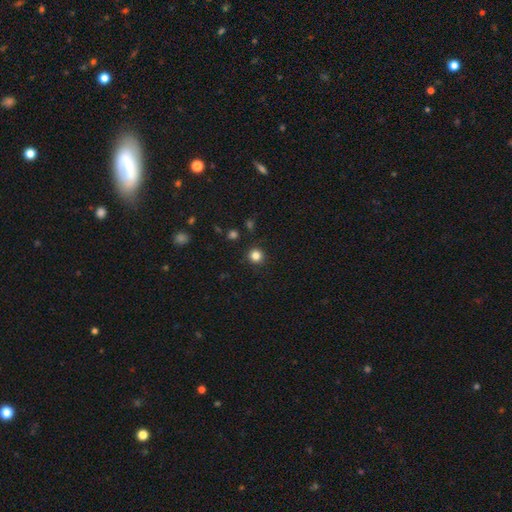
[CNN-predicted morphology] This appears to be a smooth galaxy with no disk features (84%) that is round (94%). Merging: none (91%).